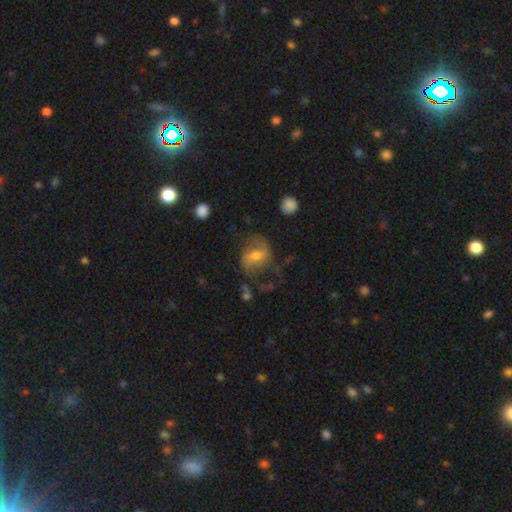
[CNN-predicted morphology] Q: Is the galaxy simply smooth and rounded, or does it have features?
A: featured or disk — 57%.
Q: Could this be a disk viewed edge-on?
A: no — 95%.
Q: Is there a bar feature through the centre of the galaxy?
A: weak — 43%.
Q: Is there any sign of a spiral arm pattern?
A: yes — 77%.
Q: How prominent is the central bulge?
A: moderate — 64%.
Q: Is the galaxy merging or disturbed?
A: none — 60%.